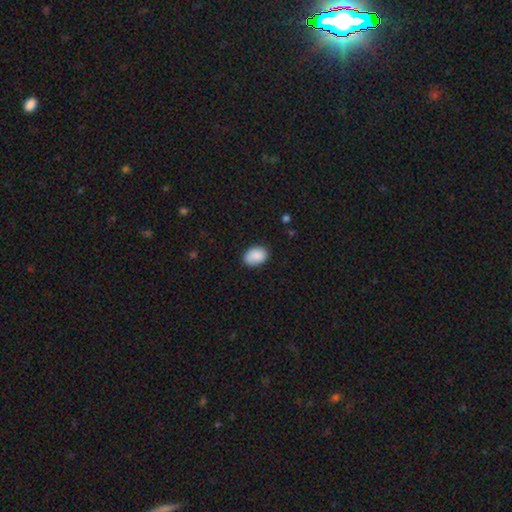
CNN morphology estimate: Smooth or featured?
  - smooth: 88% *
  - star or artifact: 7%
  - featured or disk: 5%
How rounded?
  - in between: 76% *
  - round: 23%
  - cigar-shaped: 1%
Merging?
  - none: 80% *
  - minor disturbance: 16%
  - major disturbance: 3%
  - merger: 1%